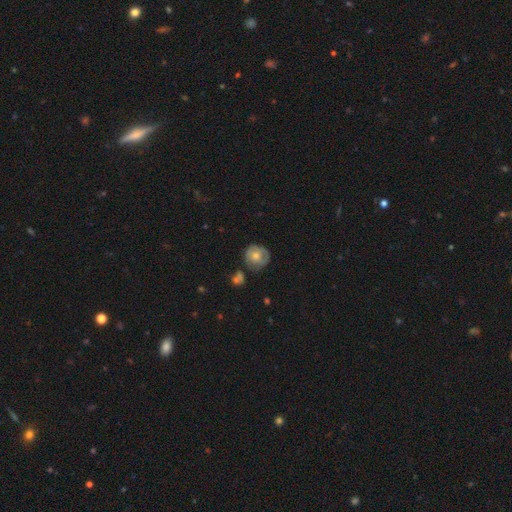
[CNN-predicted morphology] Smooth or featured: smooth — 59% (featured or disk — 33%)
How rounded: round — 86% (in between — 13%)
Merging: none — 61% (minor disturbance — 26%)